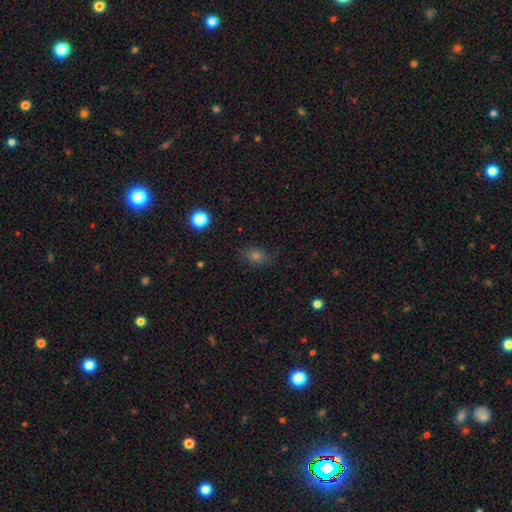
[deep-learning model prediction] Smooth or featured? smooth (64%)
How rounded? in between (63%)
Merging? none (77%)